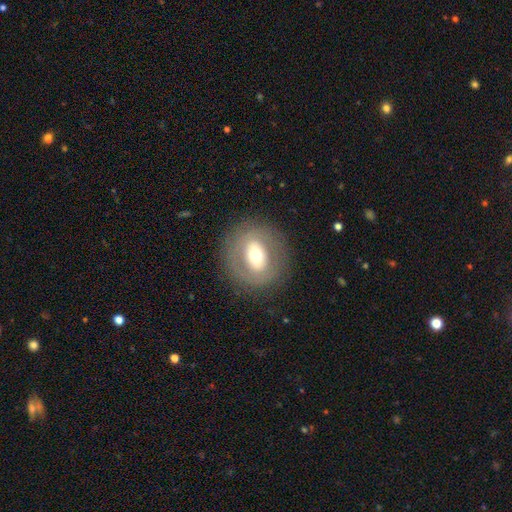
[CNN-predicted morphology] type=smooth (46%); merging=none (82%).